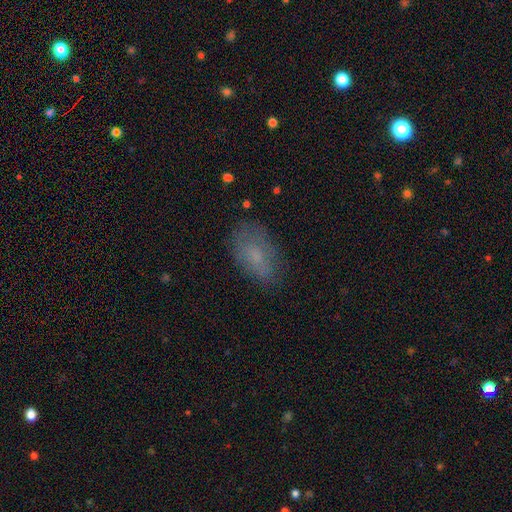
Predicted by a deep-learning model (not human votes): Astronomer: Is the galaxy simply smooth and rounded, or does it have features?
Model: smooth — 68%.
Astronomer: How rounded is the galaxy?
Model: in between — 91%.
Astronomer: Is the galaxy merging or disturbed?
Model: none — 70%.